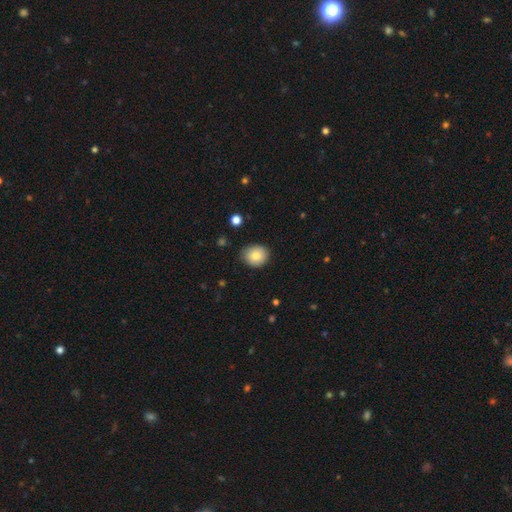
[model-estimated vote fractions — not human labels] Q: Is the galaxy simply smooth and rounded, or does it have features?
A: smooth — 80%.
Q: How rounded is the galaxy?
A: round — 73%.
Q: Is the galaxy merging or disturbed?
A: none — 80%.